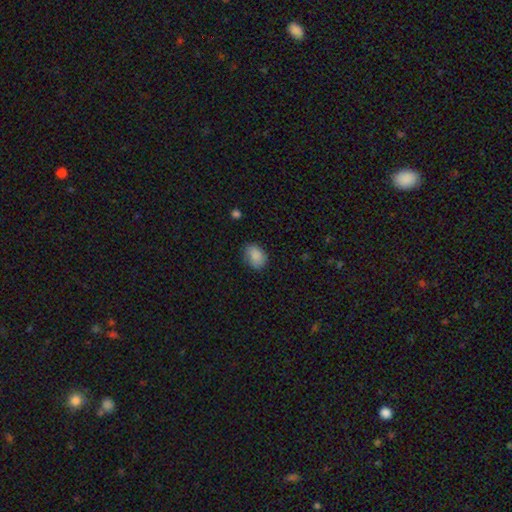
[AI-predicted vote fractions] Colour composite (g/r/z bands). It shows a smooth galaxy with no disk features (87%) that is in between round and cigar-shaped (79%). Merging: none (73%).